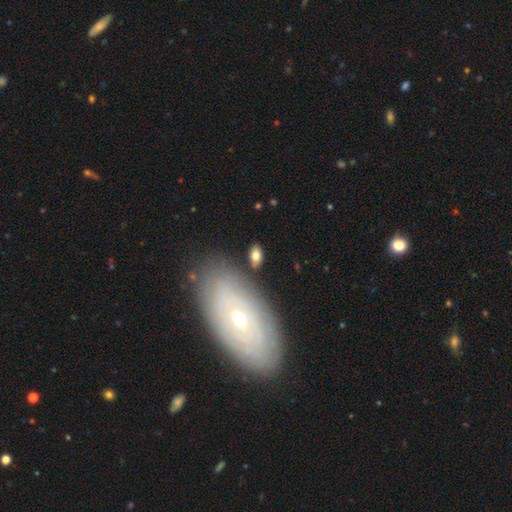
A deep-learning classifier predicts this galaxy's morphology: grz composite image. It shows a smooth galaxy with no disk features (75%) that is in between round and cigar-shaped (90%). Merging: none (77%).